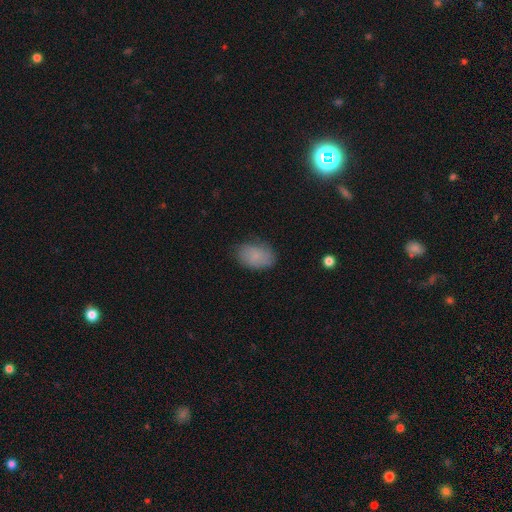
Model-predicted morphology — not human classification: Q: Smooth or featured?
A: smooth (81%); runner-up: featured or disk (12%)
Q: How rounded?
A: in between (87%); runner-up: round (12%)
Q: Merging?
A: none (79%); runner-up: minor disturbance (16%)